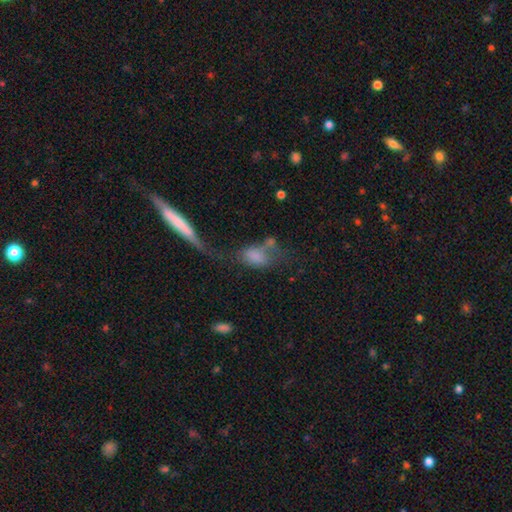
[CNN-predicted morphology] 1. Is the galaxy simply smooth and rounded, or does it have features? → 66% smooth, 22% featured or disk, 12% star or artifact.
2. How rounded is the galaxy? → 84% in between, 11% round, 5% cigar-shaped.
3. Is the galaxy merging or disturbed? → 33% major disturbance, 29% merger, 22% none, 17% minor disturbance.